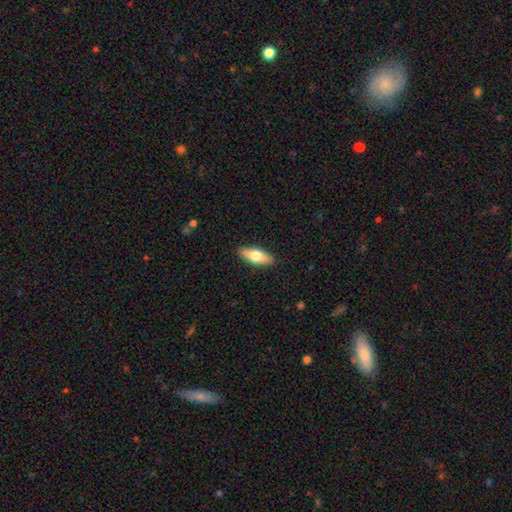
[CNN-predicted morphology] Q: Smooth or featured?
A: smooth (65%); runner-up: featured or disk (30%)
Q: How rounded?
A: in between (69%); runner-up: cigar-shaped (28%)
Q: Merging?
A: none (89%); runner-up: minor disturbance (8%)